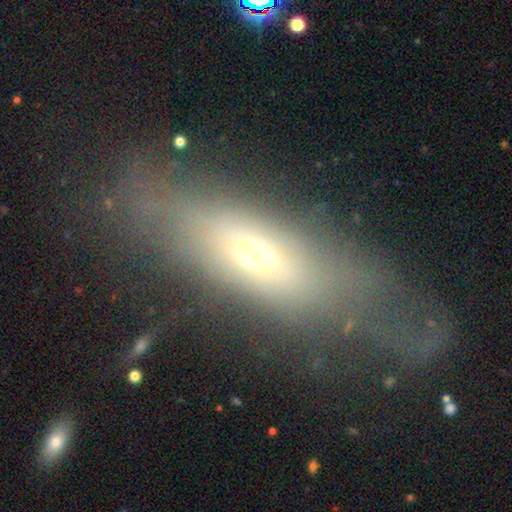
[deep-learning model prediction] Smooth or featured? smooth (48%)
Merging? none (54%)